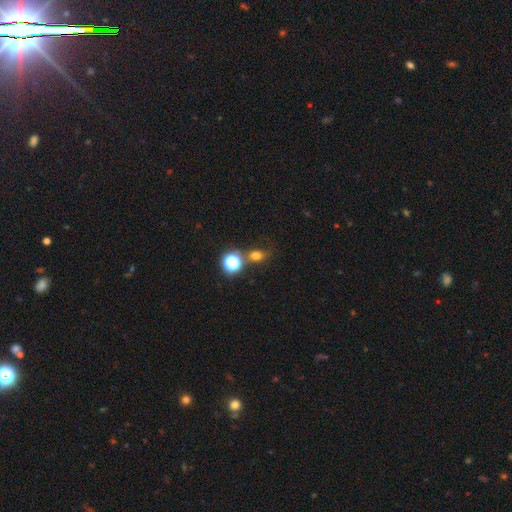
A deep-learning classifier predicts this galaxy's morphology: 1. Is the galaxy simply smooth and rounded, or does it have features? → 70% smooth, 23% star or artifact, 8% featured or disk.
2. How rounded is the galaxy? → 53% round, 45% in between, 2% cigar-shaped.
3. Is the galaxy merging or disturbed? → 67% none, 15% merger, 13% minor disturbance, 5% major disturbance.